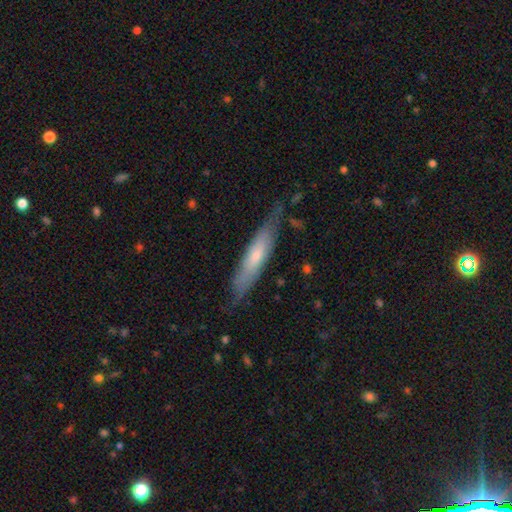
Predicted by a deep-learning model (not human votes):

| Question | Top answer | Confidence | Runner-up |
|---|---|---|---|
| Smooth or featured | smooth | 50% | featured or disk (44%) |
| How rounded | cigar-shaped | 82% | in between (17%) |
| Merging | none | 70% | minor disturbance (23%) |